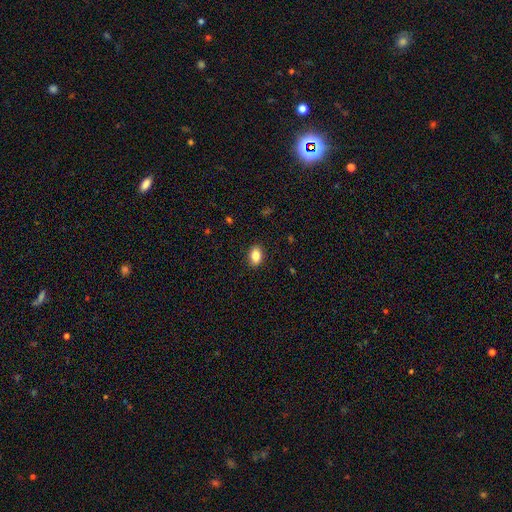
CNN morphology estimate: Smooth or featured?
  - smooth: 86% *
  - star or artifact: 8%
  - featured or disk: 6%
How rounded?
  - in between: 83% *
  - round: 16%
  - cigar-shaped: 2%
Merging?
  - none: 89% *
  - minor disturbance: 8%
  - major disturbance: 2%
  - merger: 1%